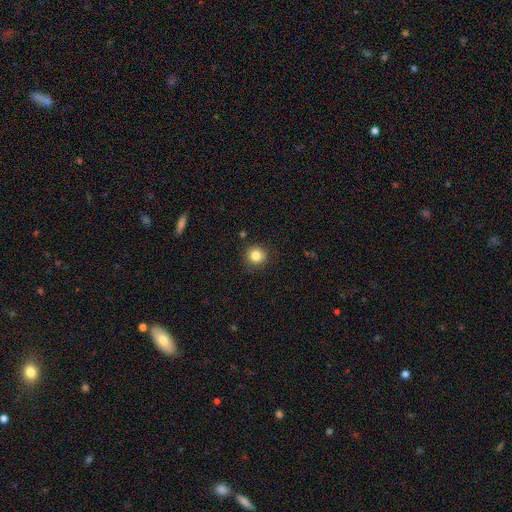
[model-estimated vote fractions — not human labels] smooth_or_featured: smooth (p=0.82) [alt: star or artifact p=0.11]
how_rounded: round (p=0.93) [alt: in between p=0.06]
merging: none (p=0.89) [alt: minor disturbance p=0.07]